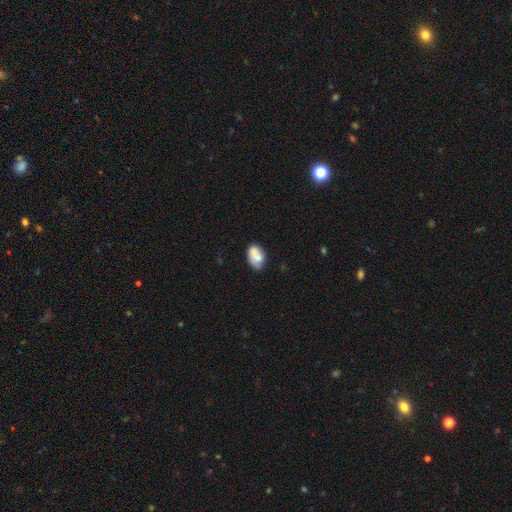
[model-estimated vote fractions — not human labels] A smooth galaxy with no disk features (72%) that is in between round and cigar-shaped (86%).

Vote fractions:
- Smooth or featured? smooth: 72% / featured or disk: 20% / star or artifact: 8%
- How rounded? in between: 86% / round: 13% / cigar-shaped: 1%
- Merging? none: 61% / minor disturbance: 27% / major disturbance: 6% / merger: 6%